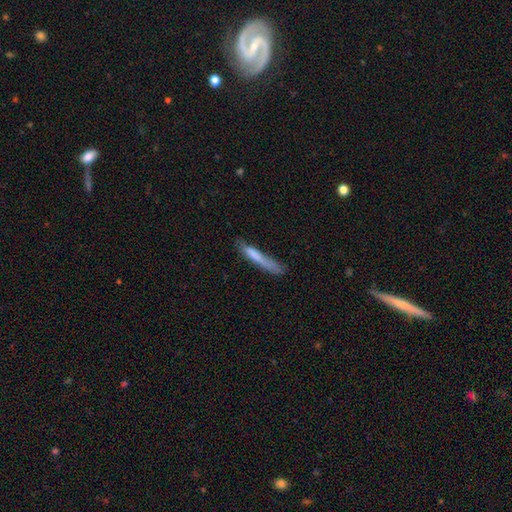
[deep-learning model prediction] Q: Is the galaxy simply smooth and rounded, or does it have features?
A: smooth — 72%.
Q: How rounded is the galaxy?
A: cigar-shaped — 92%.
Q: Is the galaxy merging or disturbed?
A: none — 57%.